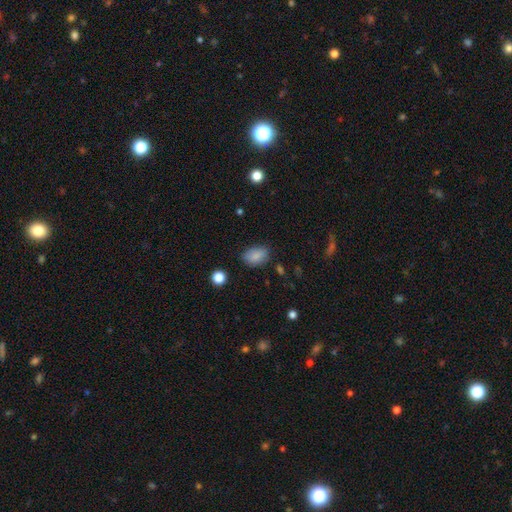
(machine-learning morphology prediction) Smooth or featured?
  - smooth: 84% *
  - star or artifact: 9%
  - featured or disk: 7%
How rounded?
  - in between: 85% *
  - round: 14%
  - cigar-shaped: 1%
Merging?
  - none: 74% *
  - minor disturbance: 20%
  - major disturbance: 4%
  - merger: 2%